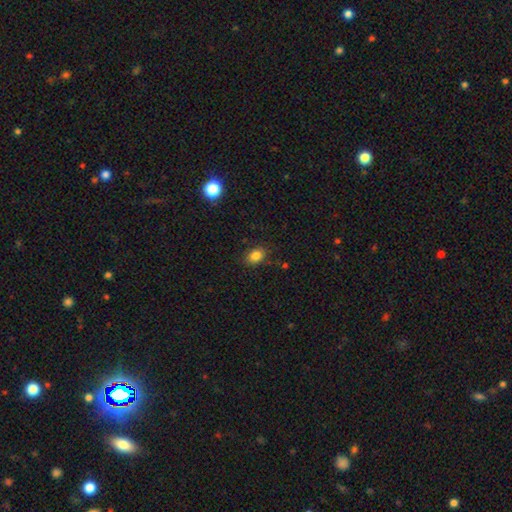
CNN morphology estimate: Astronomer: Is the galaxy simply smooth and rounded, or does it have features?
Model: smooth — 83%.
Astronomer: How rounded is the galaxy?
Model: in between — 67%.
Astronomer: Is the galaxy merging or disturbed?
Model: none — 83%.